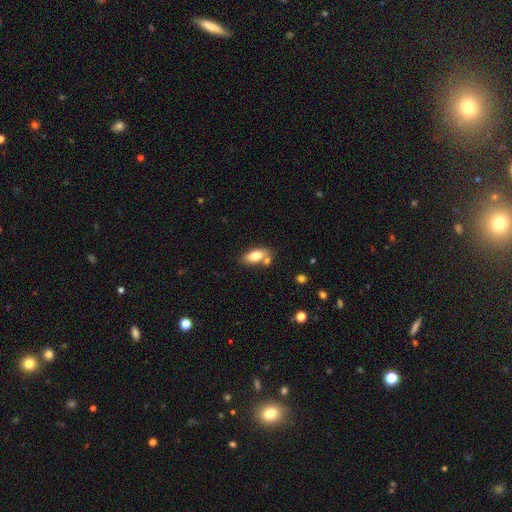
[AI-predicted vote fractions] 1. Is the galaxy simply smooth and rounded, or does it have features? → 73% smooth, 19% featured or disk, 7% star or artifact.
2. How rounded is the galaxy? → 86% in between, 11% cigar-shaped, 4% round.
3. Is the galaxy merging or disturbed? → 65% none, 18% merger, 14% minor disturbance, 4% major disturbance.